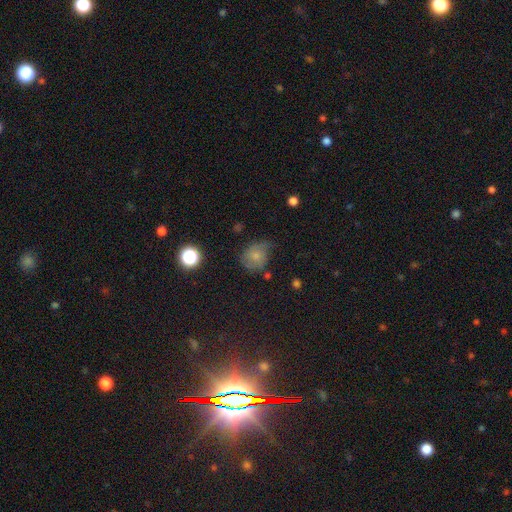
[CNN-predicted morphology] This appears to be a smooth galaxy with no disk features (68%) that is round (68%). Merging: none (46%).